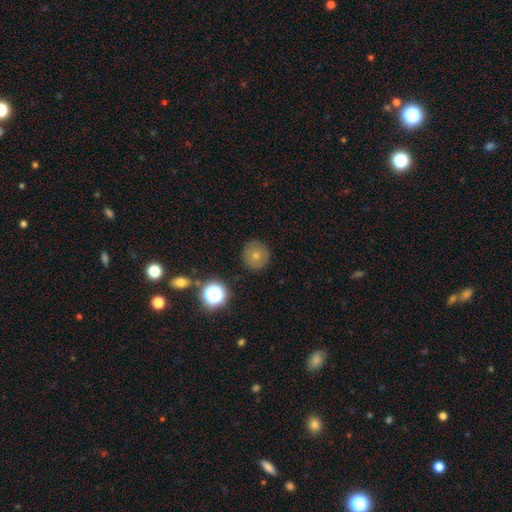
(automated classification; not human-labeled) Smooth or featured? smooth (69%)
How rounded? round (94%)
Merging? none (87%)